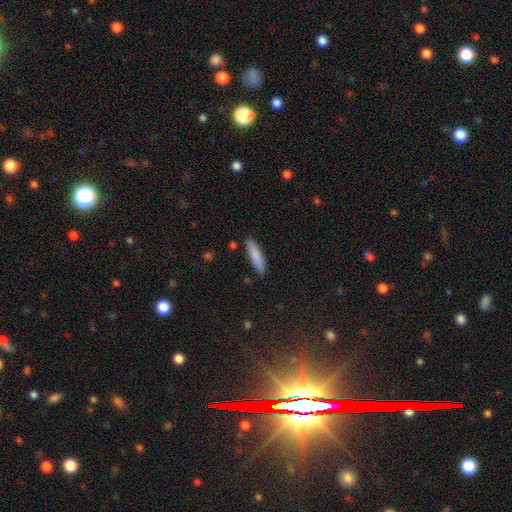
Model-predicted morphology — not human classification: The model was most divided on "how rounded": cigar-shaped: 72%, in between: 27%, round: 1%. More confident: merging — none (87%); smooth or featured — smooth (84%).